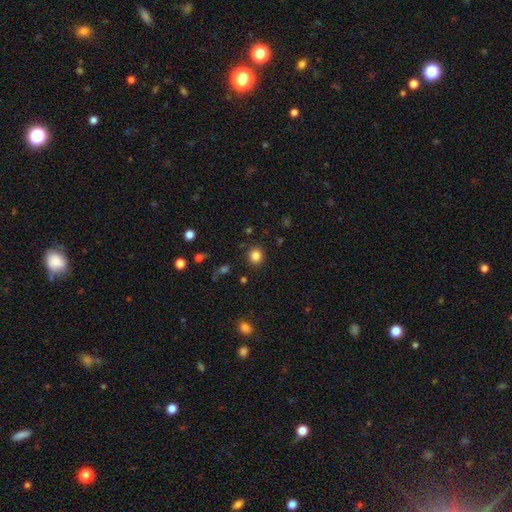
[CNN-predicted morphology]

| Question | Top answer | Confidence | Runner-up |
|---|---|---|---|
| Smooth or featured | smooth | 84% | star or artifact (12%) |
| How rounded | round | 88% | in between (11%) |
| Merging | none | 90% | minor disturbance (6%) |